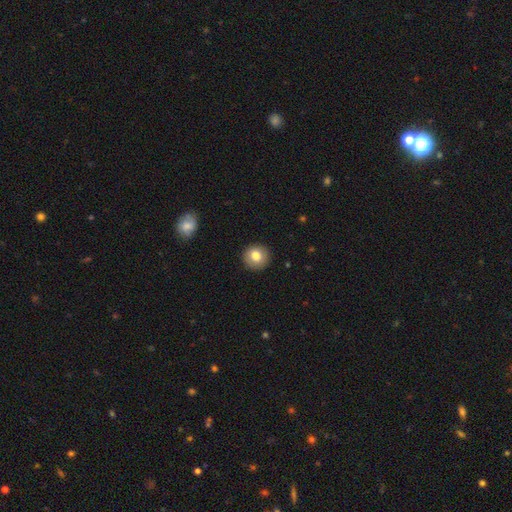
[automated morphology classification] The model was most divided on "smooth or featured": smooth: 80%, featured or disk: 11%, star or artifact: 9%. More confident: how rounded — round (93%); merging — none (91%).